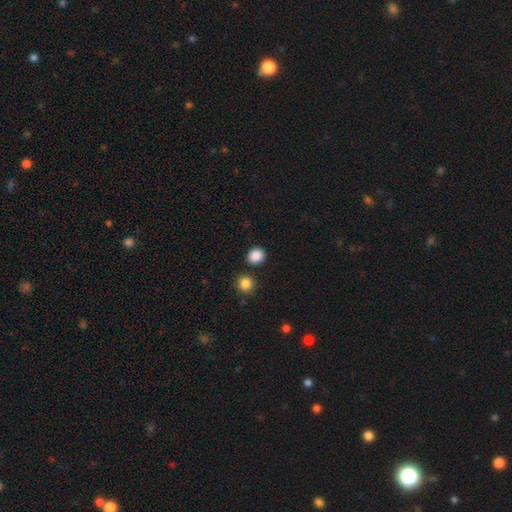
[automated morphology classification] type=smooth (87%); roundness=round (84%); merging=none (87%).